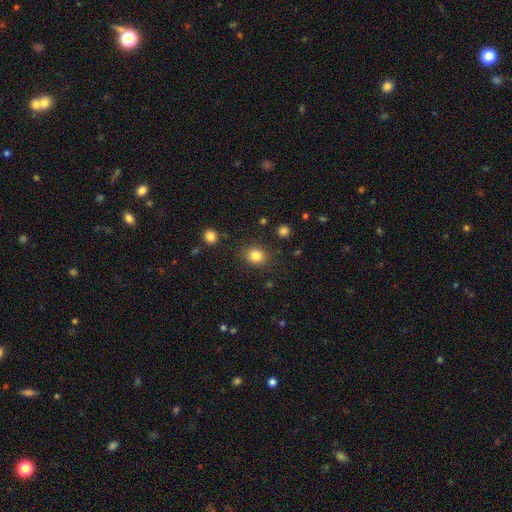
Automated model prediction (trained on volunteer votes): Smooth or featured? smooth (83%)
How rounded? round (69%)
Merging? none (86%)